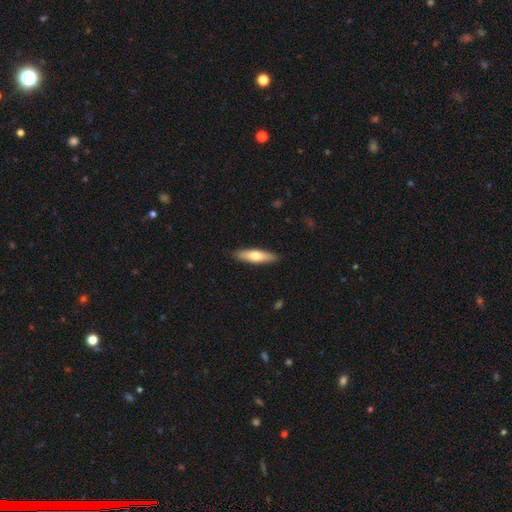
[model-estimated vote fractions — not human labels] Overall: smooth (62%; featured or disk 33%). How rounded: cigar-shaped (70%). Merging: none (90%).